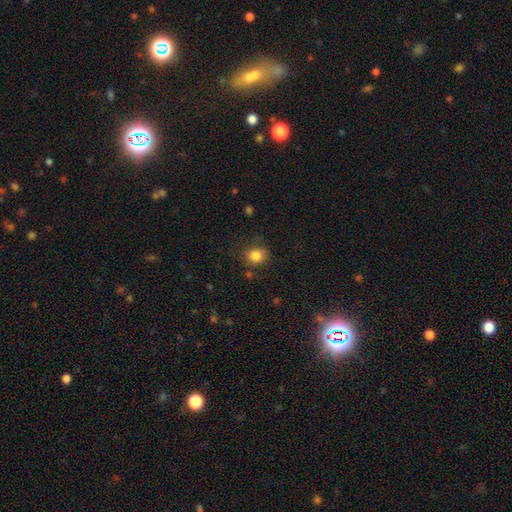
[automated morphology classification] This appears to be a smooth galaxy with no disk features (83%) that is round (72%). Merging: none (79%).